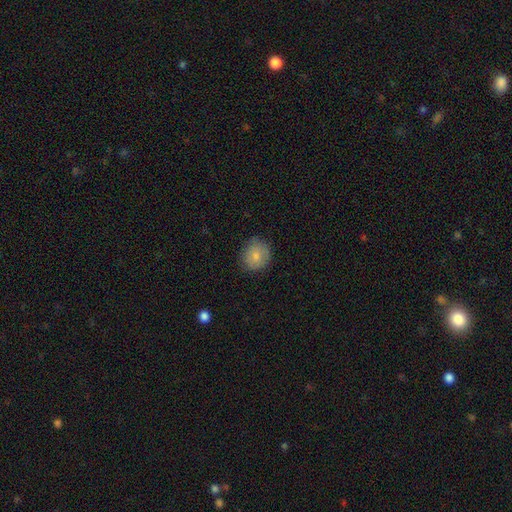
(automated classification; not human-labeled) Smooth or featured? Predicted: smooth (p=0.81). How rounded? Predicted: round (p=0.83). Merging? Predicted: none (p=0.80).